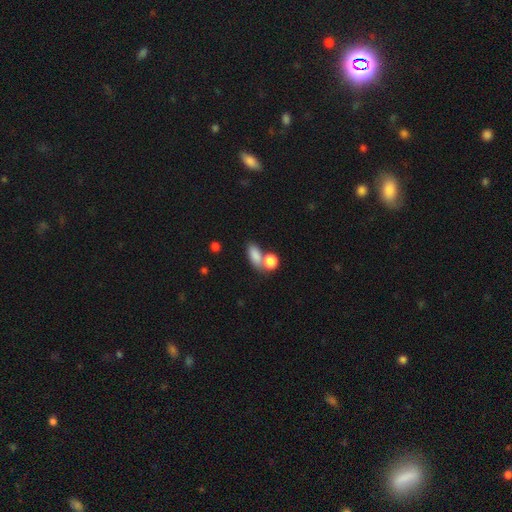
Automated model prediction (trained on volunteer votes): The model was most divided on "merging": none: 42%, merger: 40%, minor disturbance: 12%, major disturbance: 6%. More confident: smooth or featured — smooth (83%); how rounded — in between (80%).